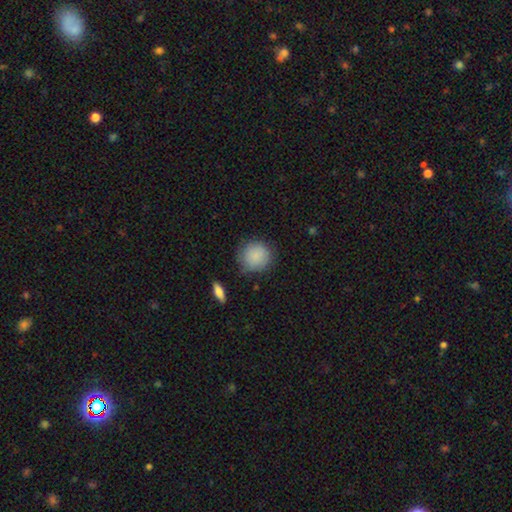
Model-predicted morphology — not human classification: Smooth or featured: smooth — 86% (star or artifact — 7%)
How rounded: round — 90% (in between — 9%)
Merging: none — 81% (minor disturbance — 14%)